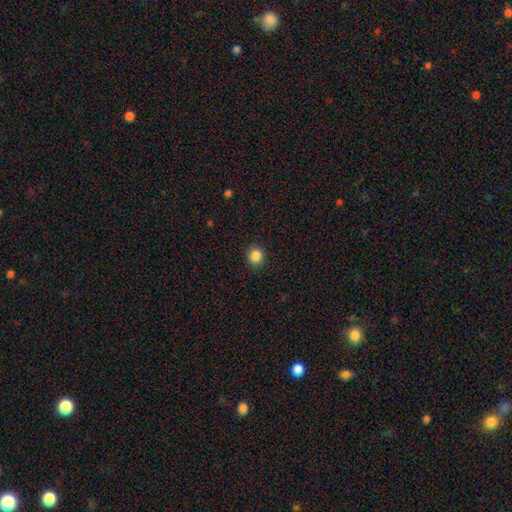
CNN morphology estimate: Overall: smooth (86%). How rounded: round (88%). Merging: none (91%).